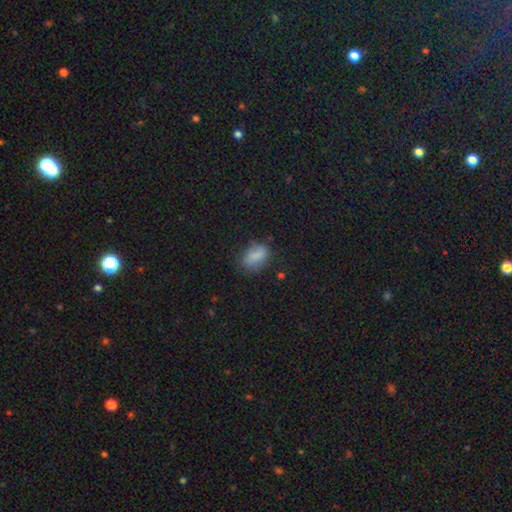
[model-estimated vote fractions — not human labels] Smooth or featured: smooth — 81% (featured or disk — 10%)
How rounded: in between — 87% (round — 10%)
Merging: none — 64% (minor disturbance — 25%)